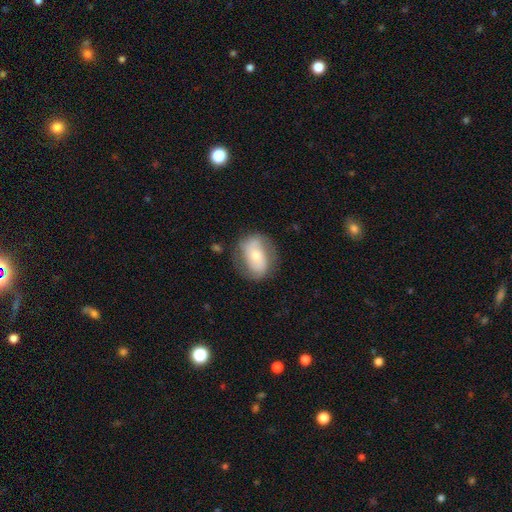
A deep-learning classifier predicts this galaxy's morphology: The model was most divided on "bulge size": moderate: 52%, small: 40%, large: 5%, none: 2%, dominant: 1%. More confident: edge-on disk — no (95%); spiral arms — yes (72%); merging — none (70%); bar — no (57%); smooth or featured — featured or disk (53%).